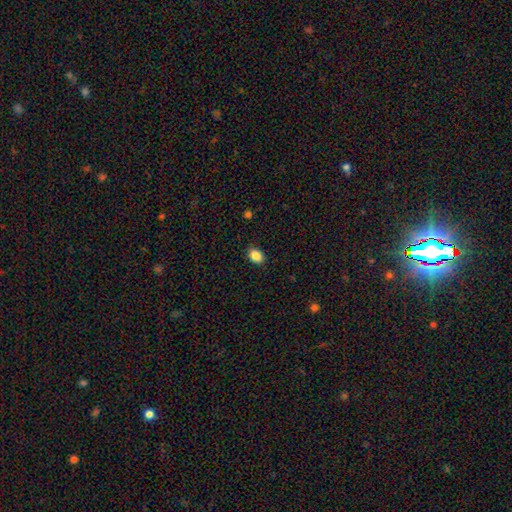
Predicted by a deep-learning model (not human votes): This appears to be a smooth galaxy with no disk features (88%) that is in between round and cigar-shaped (81%). Merging: none (88%).